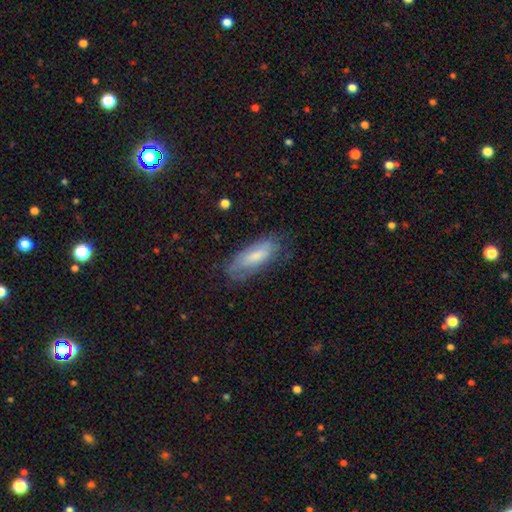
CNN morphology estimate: Smooth or featured? Predicted: smooth (p=0.61). How rounded? Predicted: in between (p=0.71). Merging? Predicted: none (p=0.64).